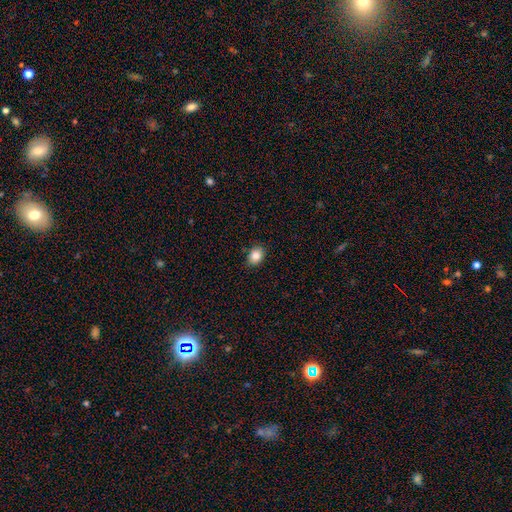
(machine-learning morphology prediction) Smooth or featured? smooth (85%)
How rounded? in between (57%)
Merging? none (86%)